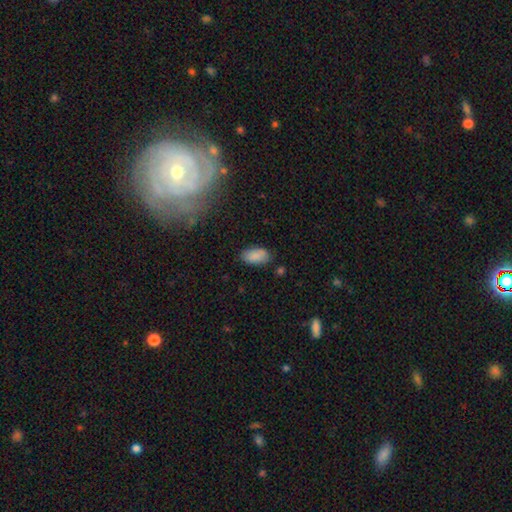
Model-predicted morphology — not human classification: Overall: smooth (87%). How rounded: in between (94%). Merging: none (81%).